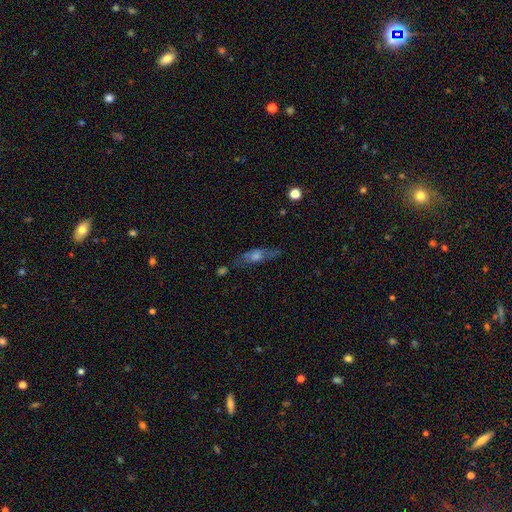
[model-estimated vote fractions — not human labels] Overall: featured or disk (55%; smooth 33%). Edge-on disk: yes (62%; no 38%). Merging: none (73%).